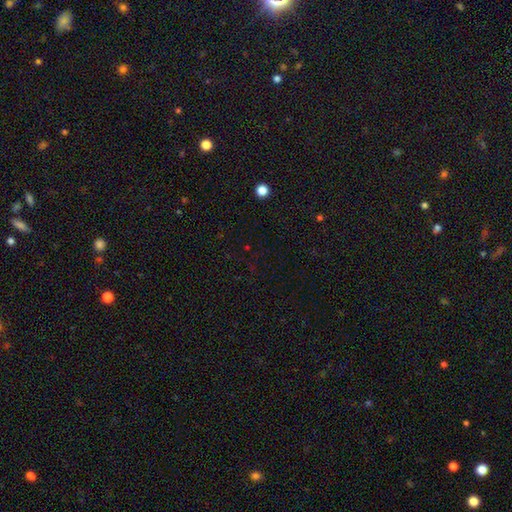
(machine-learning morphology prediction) The model was most divided on "smooth or featured": star or artifact: 64%, smooth: 29%, featured or disk: 7%.